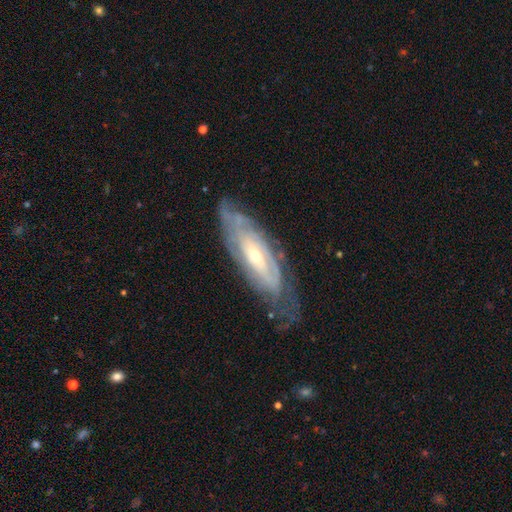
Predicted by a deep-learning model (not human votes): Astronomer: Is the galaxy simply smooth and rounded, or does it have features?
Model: featured or disk — 80%.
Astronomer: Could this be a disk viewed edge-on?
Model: no — 83%.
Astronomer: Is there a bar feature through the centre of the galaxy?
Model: no — 61%.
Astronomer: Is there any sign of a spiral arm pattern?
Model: yes — 83%.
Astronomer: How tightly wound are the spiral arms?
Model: tight — 73%.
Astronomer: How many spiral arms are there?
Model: can't tell — 65%.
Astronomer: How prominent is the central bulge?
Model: small — 58% (runner-up: moderate, 38%).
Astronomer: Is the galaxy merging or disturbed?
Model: none — 67%.